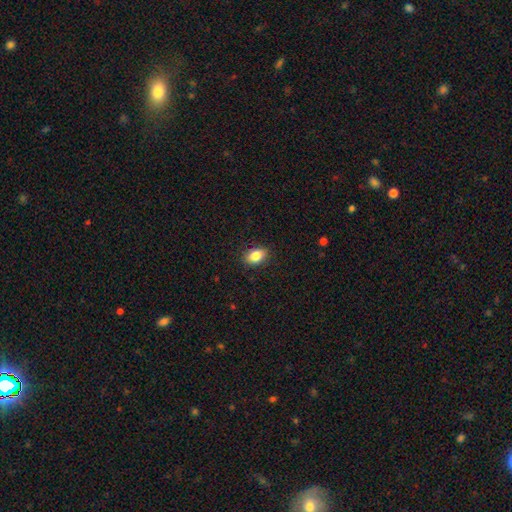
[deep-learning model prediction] smooth 85%, star or artifact 8%, featured or disk 7%. Down the decision tree: how rounded — in between (85%); merging — none (87%).